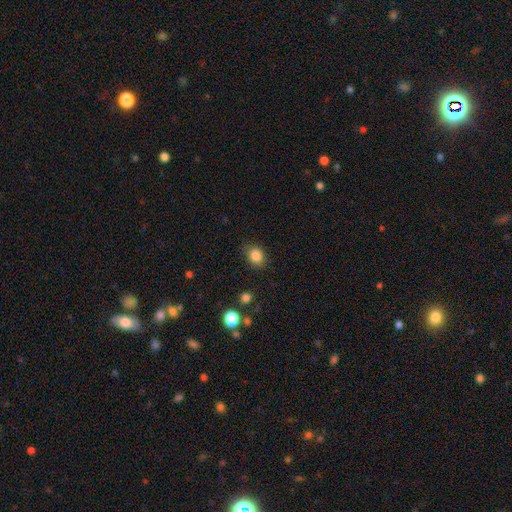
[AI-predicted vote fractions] Q: Smooth or featured?
A: smooth (85%); runner-up: star or artifact (10%)
Q: How rounded?
A: round (55%); runner-up: in between (45%)
Q: Merging?
A: none (83%); runner-up: minor disturbance (12%)